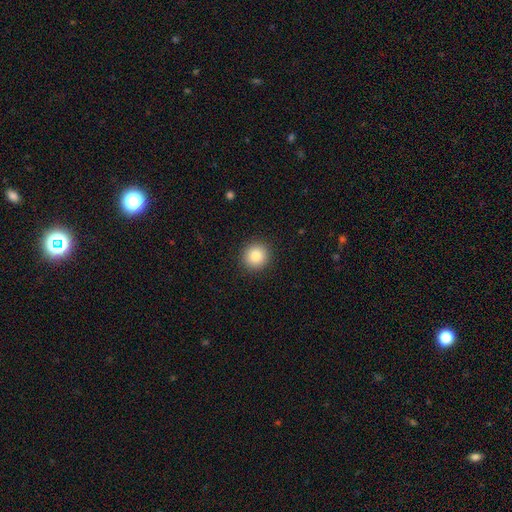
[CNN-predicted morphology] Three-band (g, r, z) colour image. It shows a smooth galaxy with no disk features (85%) that is round (93%). Merging: none (92%).